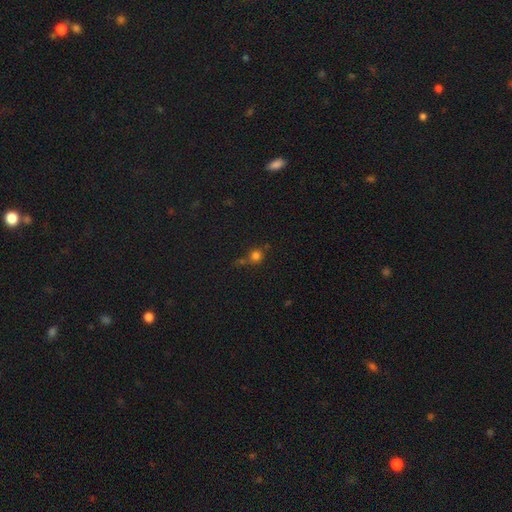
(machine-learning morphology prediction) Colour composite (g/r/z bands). It shows a smooth galaxy with no disk features (76%) that is round (89%). Merging: none (59%).